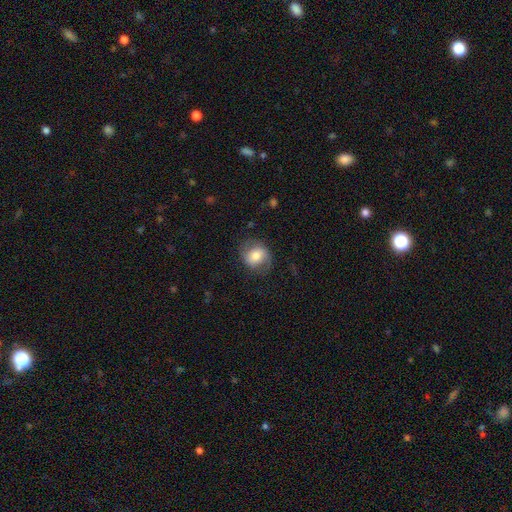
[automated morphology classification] Smooth or featured? smooth (57%)
How rounded? round (65%)
Merging? none (71%)